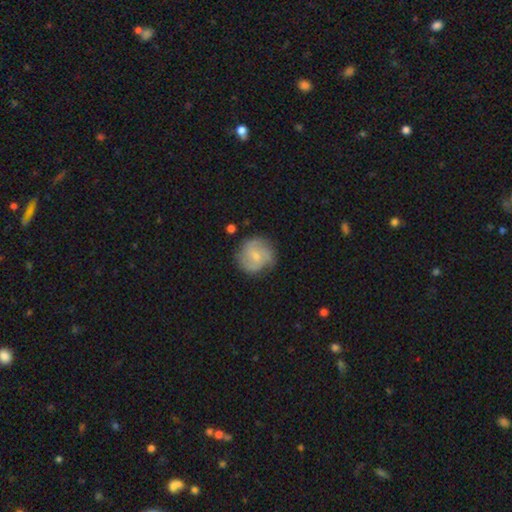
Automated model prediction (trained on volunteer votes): This appears to be a featured or disk galaxy (54%) with no bar (53%), spiral arms (84%) and a small central bulge (66%). Merging: none (72%).